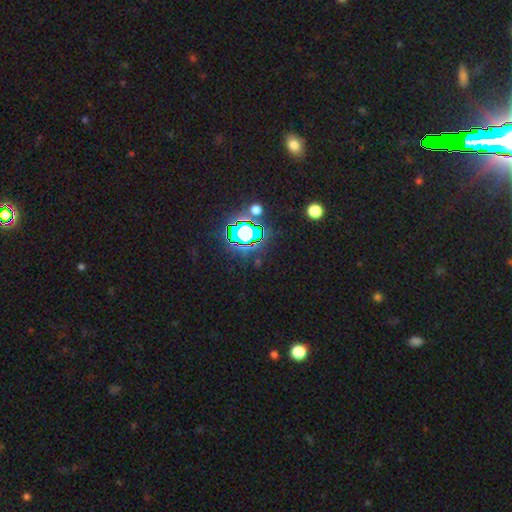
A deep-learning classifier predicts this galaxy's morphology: A star or artifact, not a galaxy (83%).